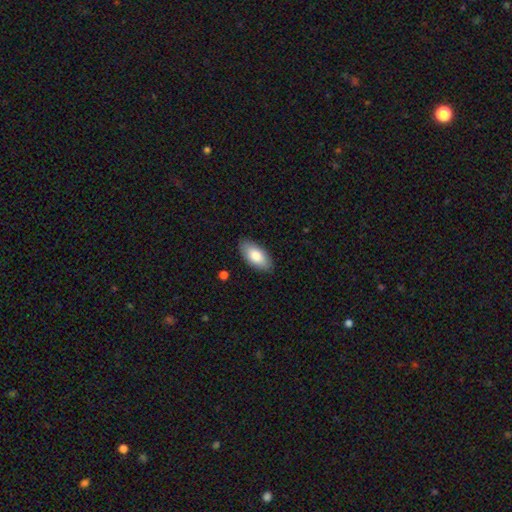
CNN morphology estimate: This is clearly a smooth galaxy (81%). How rounded: clearly in between (92%). Merging: clearly none (88%).